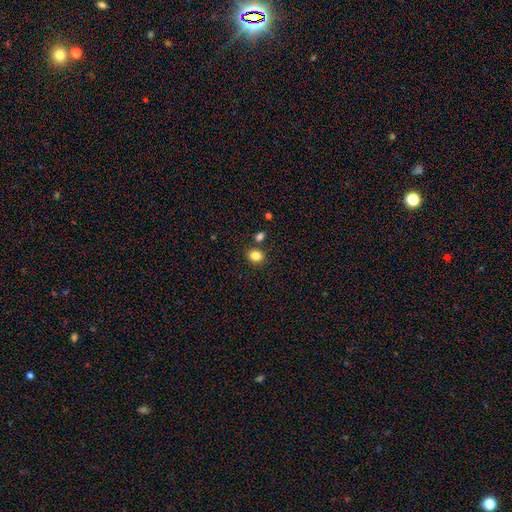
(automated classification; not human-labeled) This is clearly a smooth galaxy (84%). How rounded: possibly round (53%). Merging: likely none (80%).